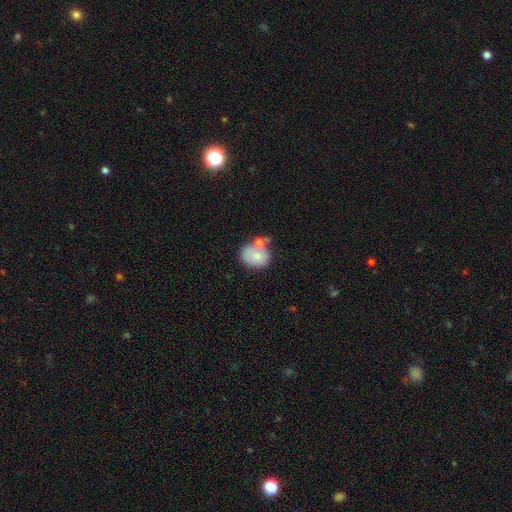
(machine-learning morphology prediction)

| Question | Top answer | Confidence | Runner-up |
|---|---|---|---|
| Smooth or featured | smooth | 74% | featured or disk (18%) |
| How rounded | round | 66% | in between (33%) |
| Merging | none | 49% | merger (26%) |